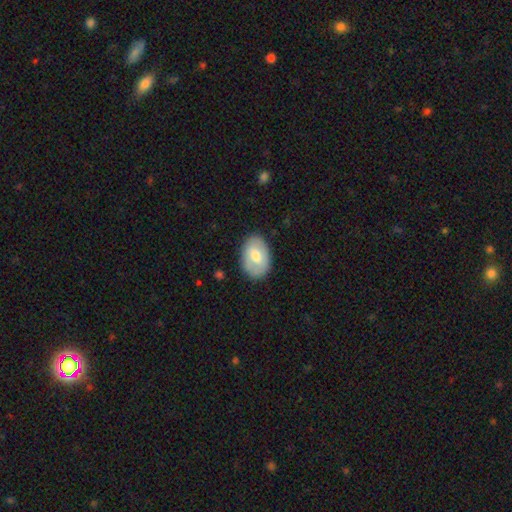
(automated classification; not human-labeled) Morphology: type=smooth (63%); roundness=in between (85%); merging=none (83%).